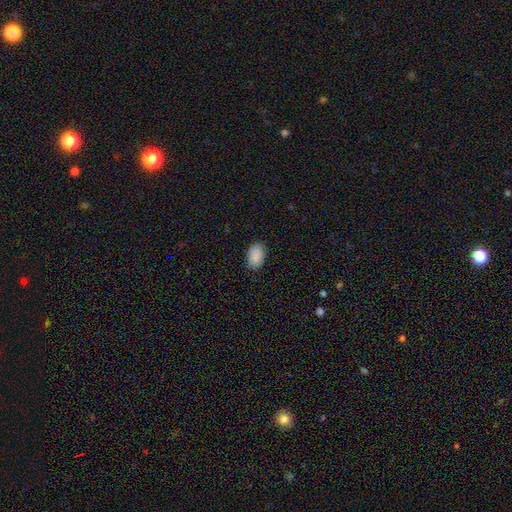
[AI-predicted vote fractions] A smooth galaxy with no disk features (90%) that is in between round and cigar-shaped (91%).

Vote fractions:
- Smooth or featured? smooth: 90% / star or artifact: 6% / featured or disk: 4%
- How rounded? in between: 91% / round: 8% / cigar-shaped: 1%
- Merging? none: 88% / minor disturbance: 9% / major disturbance: 2% / merger: 1%